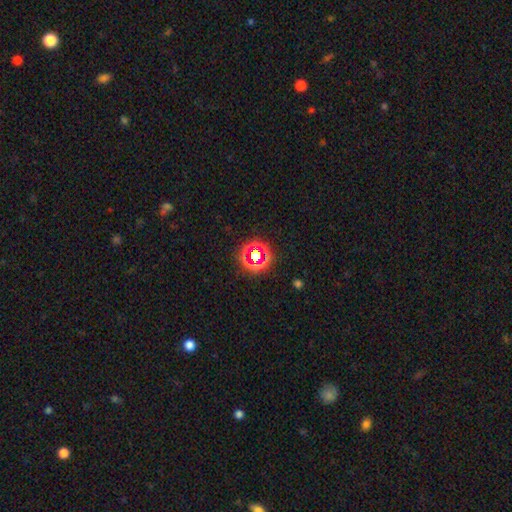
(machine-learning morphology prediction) smooth_or_featured: star or artifact (p=0.60) [alt: smooth p=0.29]